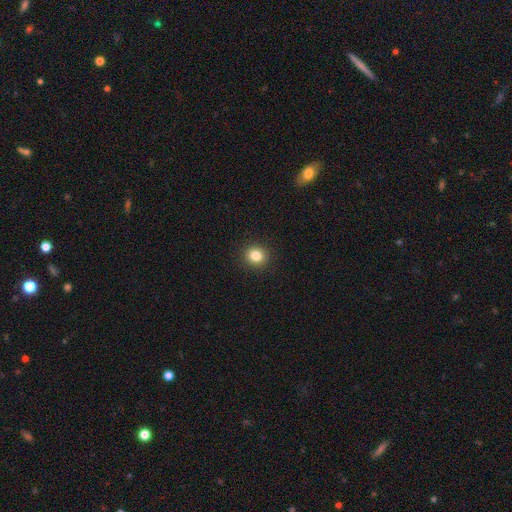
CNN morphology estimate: Overall: smooth (83%). How rounded: round (84%). Merging: none (92%).